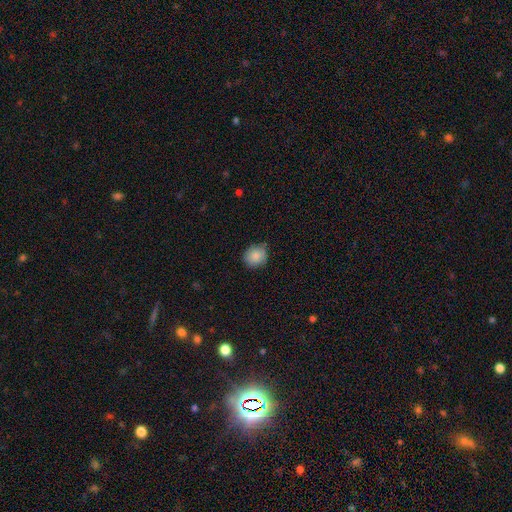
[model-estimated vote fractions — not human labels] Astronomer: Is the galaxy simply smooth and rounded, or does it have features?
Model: smooth — 85%.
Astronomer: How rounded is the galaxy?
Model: round — 77%.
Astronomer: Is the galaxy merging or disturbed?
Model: none — 80%.